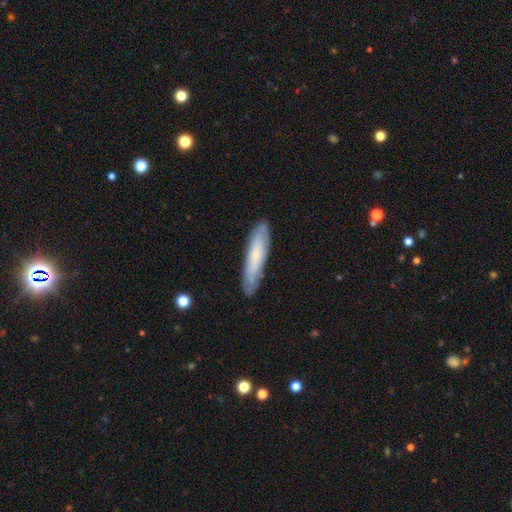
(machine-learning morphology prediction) This appears to be a smooth galaxy with no disk features (55%) that is cigar-shaped (81%). Merging: none (83%).